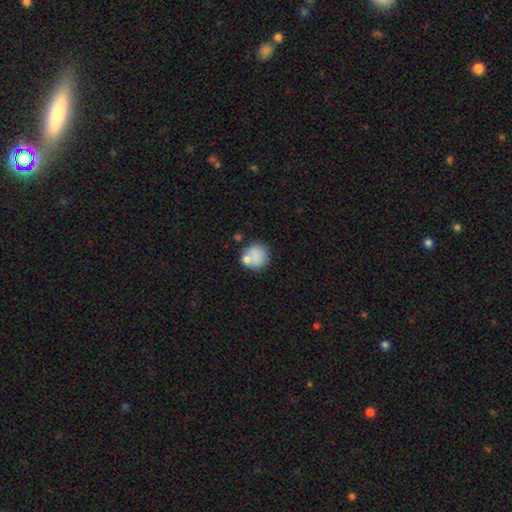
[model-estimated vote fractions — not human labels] Morphology: type=smooth (78%); roundness=round (85%); merging=none (59%).